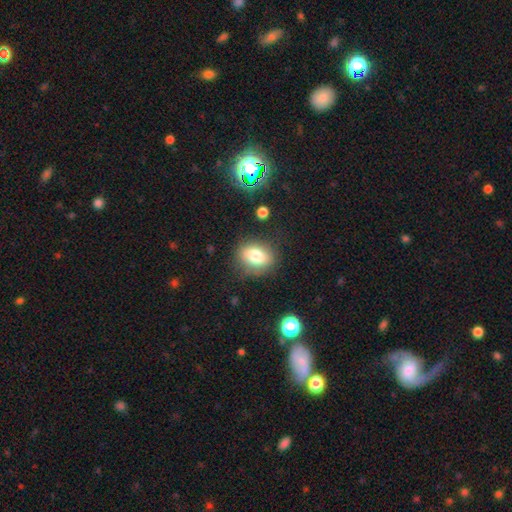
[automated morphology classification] Smooth or featured: smooth — 77% (featured or disk — 13%)
How rounded: in between — 61% (round — 37%)
Merging: none — 77% (minor disturbance — 16%)